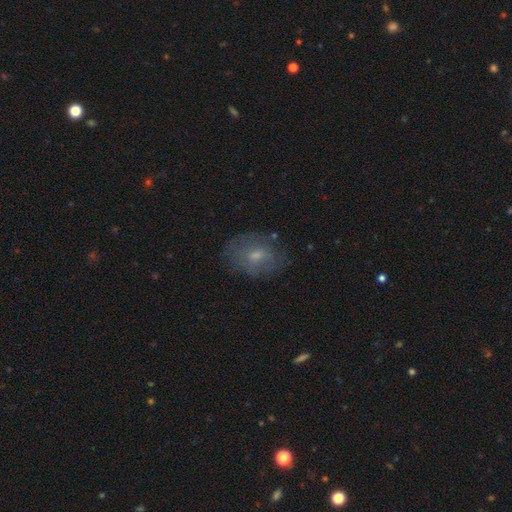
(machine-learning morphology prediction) Overall: smooth (50%; featured or disk 39%). How rounded: in between (66%; round 33%). Merging: none (68%).